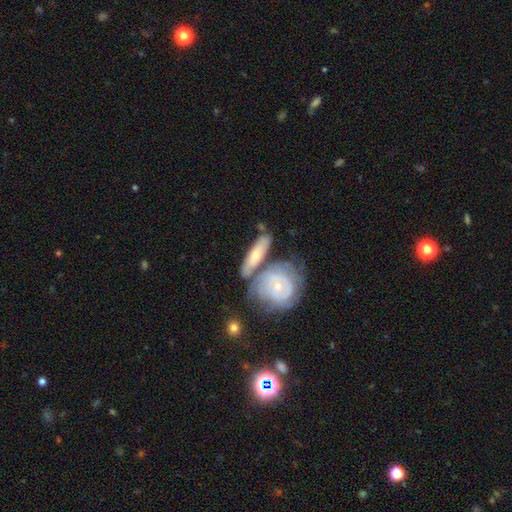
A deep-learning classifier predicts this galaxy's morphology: This appears to be a featured or disk galaxy (54%). Merging: none (48%).